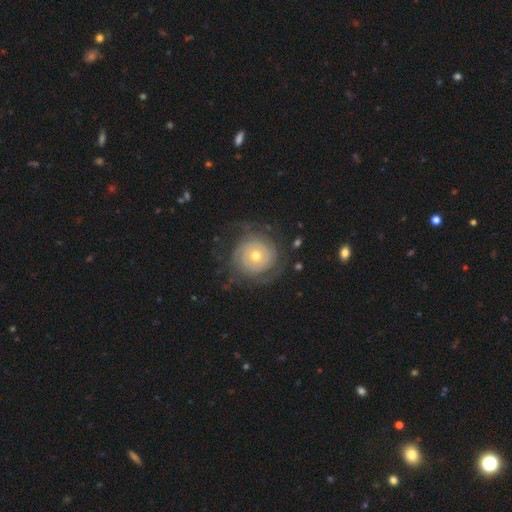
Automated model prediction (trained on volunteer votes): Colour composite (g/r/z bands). It shows a featured or disk galaxy (75%) with no bar (83%), tight (78%) spiral arms (84%) and a moderate central bulge (59%). Merging: none (69%).